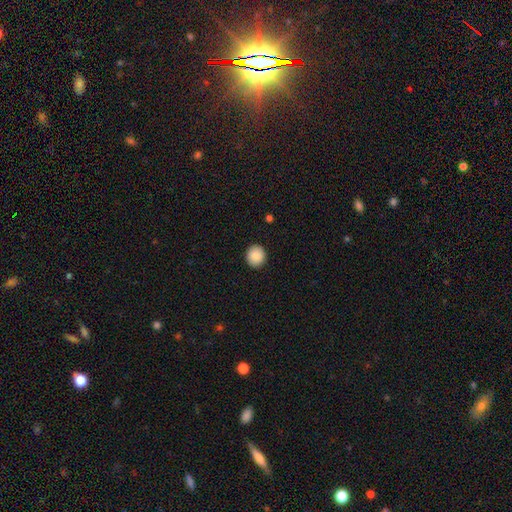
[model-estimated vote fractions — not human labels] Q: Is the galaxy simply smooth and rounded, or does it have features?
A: smooth — 89%.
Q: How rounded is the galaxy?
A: round — 89%.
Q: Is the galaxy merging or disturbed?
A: none — 92%.